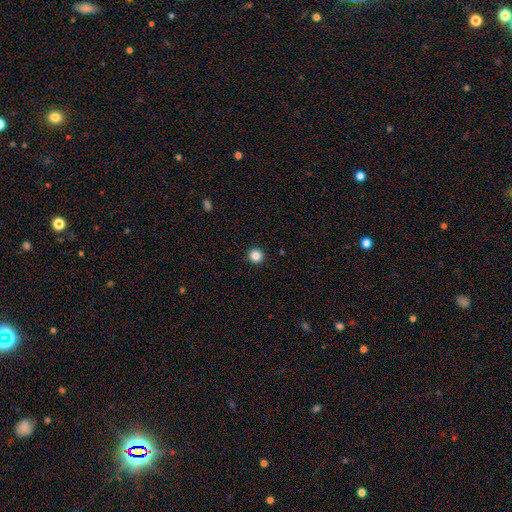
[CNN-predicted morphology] smooth_or_featured: smooth (p=0.85) [alt: star or artifact p=0.11]
how_rounded: round (p=0.94) [alt: in between p=0.05]
merging: none (p=0.93) [alt: minor disturbance p=0.04]